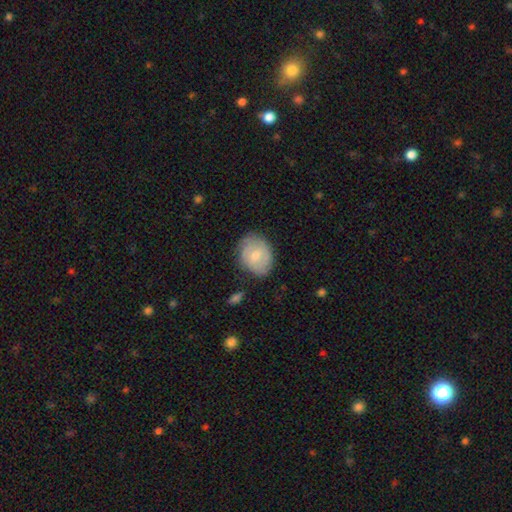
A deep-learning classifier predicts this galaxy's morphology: Smooth or featured?
  - smooth: 52% *
  - featured or disk: 41%
  - star or artifact: 6%
How rounded?
  - in between: 55% *
  - round: 44%
  - cigar-shaped: 1%
Merging?
  - none: 69% *
  - minor disturbance: 22%
  - major disturbance: 6%
  - merger: 2%